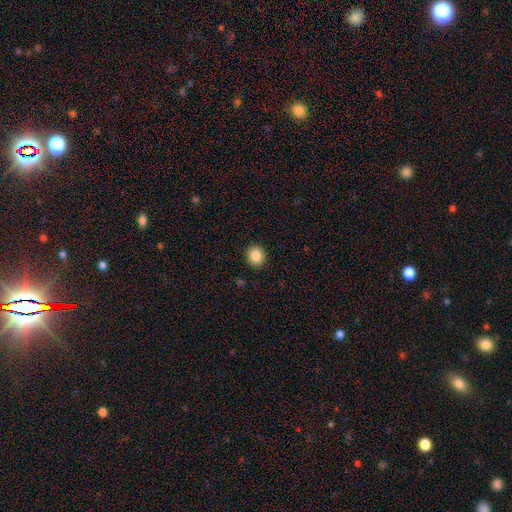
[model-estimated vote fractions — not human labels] The model was most divided on "how rounded": round: 77%, in between: 22%, cigar-shaped: 1%. More confident: merging — none (91%); smooth or featured — smooth (86%).